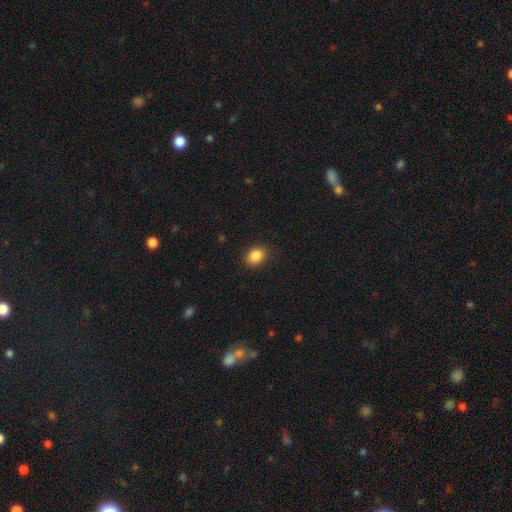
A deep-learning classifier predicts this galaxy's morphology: Q: Smooth or featured?
A: smooth (87%); runner-up: star or artifact (9%)
Q: How rounded?
A: in between (60%); runner-up: round (39%)
Q: Merging?
A: none (87%); runner-up: minor disturbance (9%)